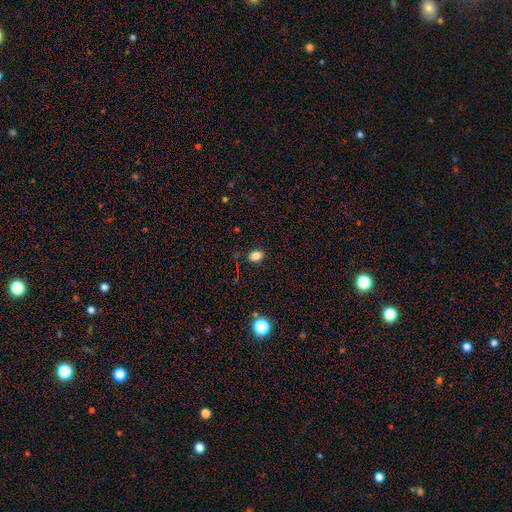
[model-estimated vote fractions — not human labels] Smooth or featured? smooth (82%)
How rounded? in between (72%)
Merging? none (84%)